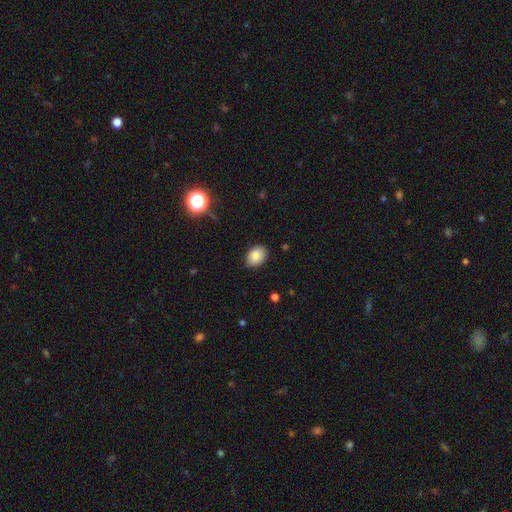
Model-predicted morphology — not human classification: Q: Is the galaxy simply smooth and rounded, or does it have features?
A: smooth — 86%.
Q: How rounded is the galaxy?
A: in between — 78%.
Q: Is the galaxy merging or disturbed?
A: none — 86%.